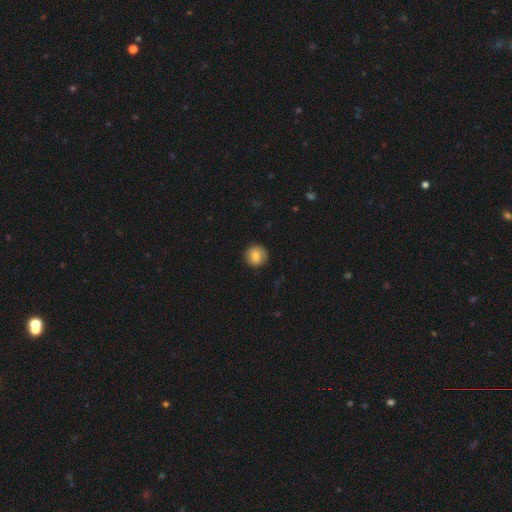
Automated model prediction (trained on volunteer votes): This is clearly a smooth galaxy (80%). How rounded: clearly round (92%). Merging: clearly none (87%).